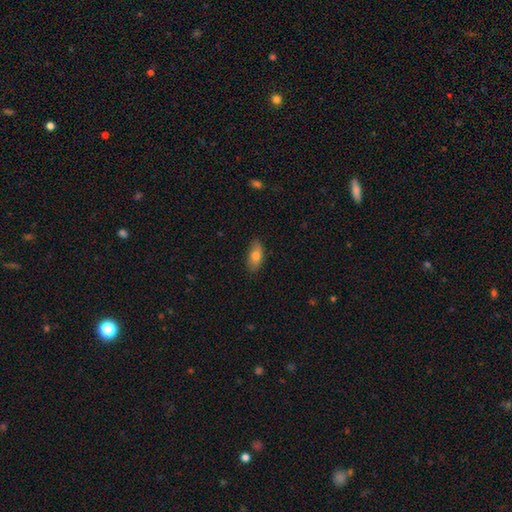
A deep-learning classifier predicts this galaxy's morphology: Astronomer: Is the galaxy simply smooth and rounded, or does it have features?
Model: smooth — 77%.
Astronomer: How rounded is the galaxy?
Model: in between — 86%.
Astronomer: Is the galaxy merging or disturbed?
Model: none — 83%.